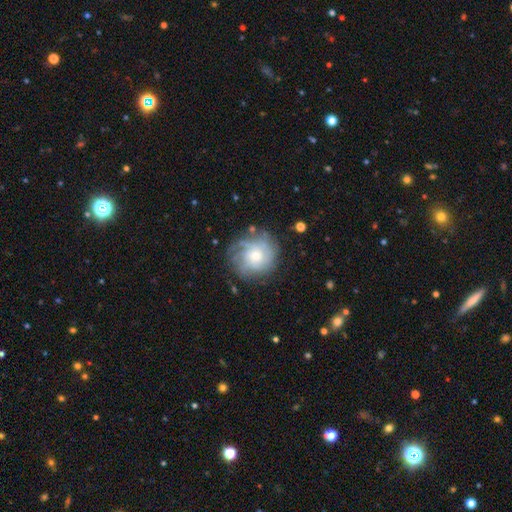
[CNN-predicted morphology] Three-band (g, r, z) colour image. It shows a featured or disk galaxy (67%) with no bar (80%), tight (59%) spiral arms (86%) and a small central bulge (49%). Merging: none (69%).